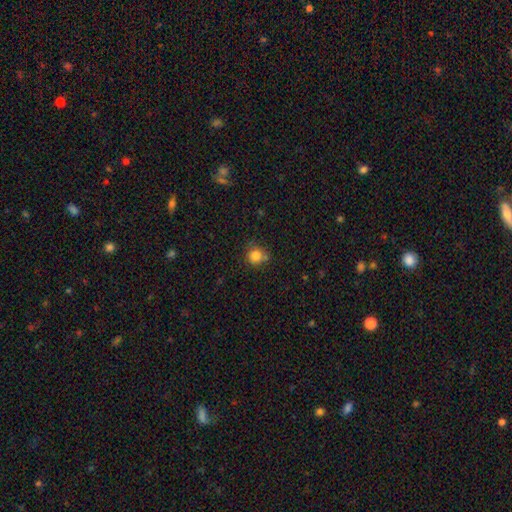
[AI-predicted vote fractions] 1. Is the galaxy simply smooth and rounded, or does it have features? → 83% smooth, 12% star or artifact, 6% featured or disk.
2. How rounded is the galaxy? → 88% round, 11% in between, 1% cigar-shaped.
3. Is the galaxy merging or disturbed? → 69% none, 18% minor disturbance, 8% merger, 4% major disturbance.